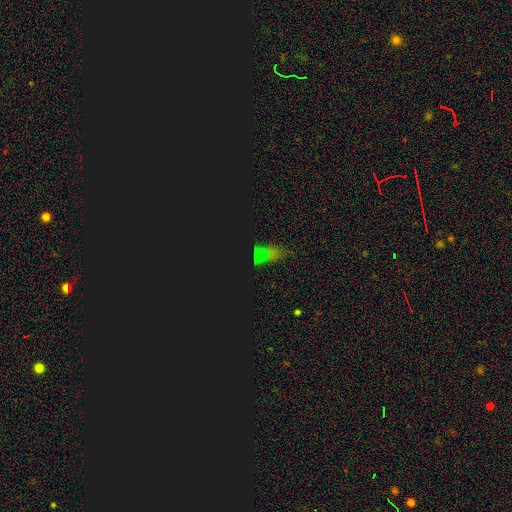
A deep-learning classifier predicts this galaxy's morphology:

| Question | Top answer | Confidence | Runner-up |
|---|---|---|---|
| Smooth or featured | star or artifact | 71% | smooth (21%) |